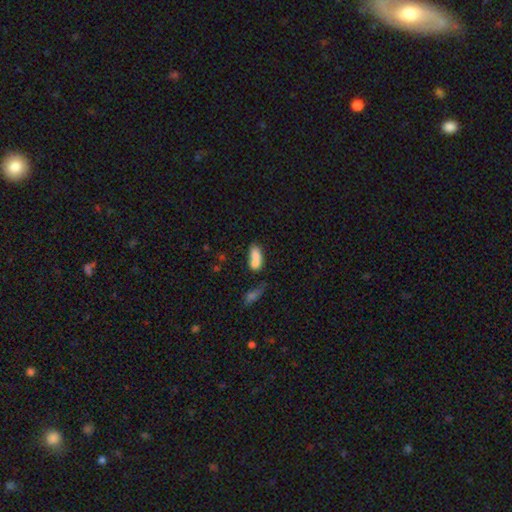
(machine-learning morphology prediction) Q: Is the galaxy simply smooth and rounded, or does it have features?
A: smooth — 76%.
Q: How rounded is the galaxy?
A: in between — 82%.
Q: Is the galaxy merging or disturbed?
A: merger — 52%.